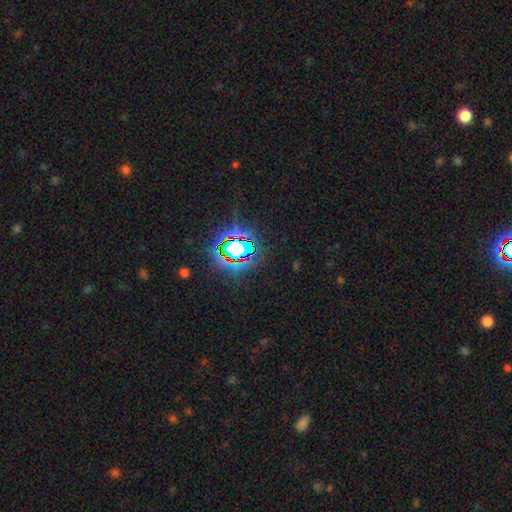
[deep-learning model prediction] star or artifact 81%, smooth 11%, featured or disk 8%.